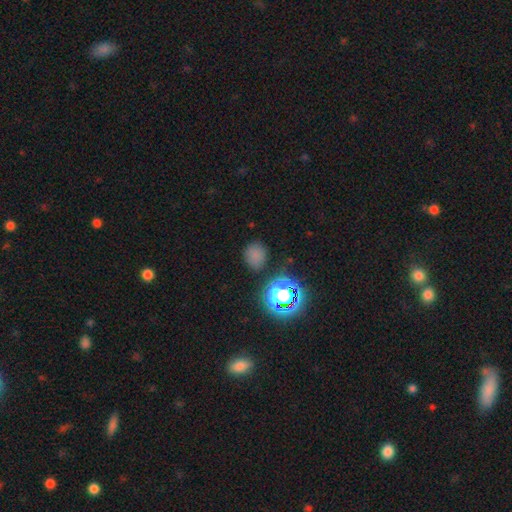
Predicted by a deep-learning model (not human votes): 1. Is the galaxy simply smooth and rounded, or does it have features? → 71% smooth, 22% star or artifact, 7% featured or disk.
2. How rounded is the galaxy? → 76% round, 23% in between, 1% cigar-shaped.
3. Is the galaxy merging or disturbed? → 78% none, 13% minor disturbance, 5% major disturbance, 4% merger.